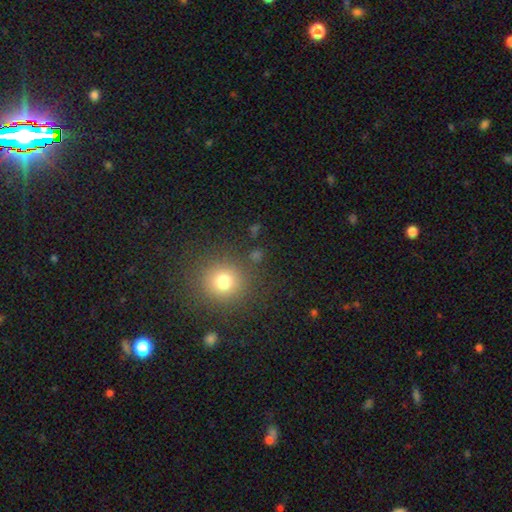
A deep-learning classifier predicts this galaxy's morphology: A smooth galaxy with no disk features (73%) that is round (91%). Merging: none (87%).